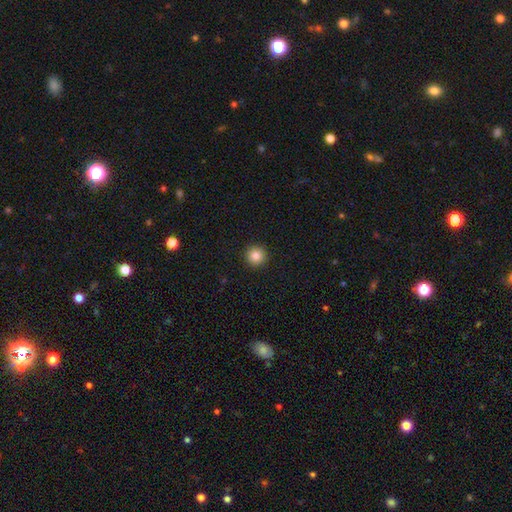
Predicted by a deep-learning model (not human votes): Q: Smooth or featured?
A: smooth (84%); runner-up: star or artifact (10%)
Q: How rounded?
A: round (96%); runner-up: in between (3%)
Q: Merging?
A: none (93%); runner-up: minor disturbance (4%)